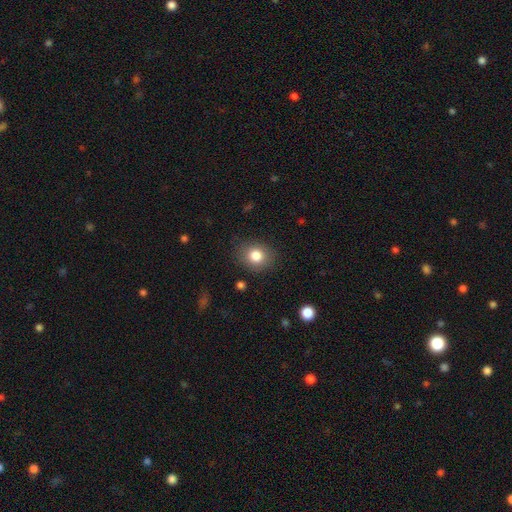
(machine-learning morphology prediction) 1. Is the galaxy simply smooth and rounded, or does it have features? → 82% smooth, 10% star or artifact, 8% featured or disk.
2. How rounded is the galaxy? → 66% round, 33% in between, 1% cigar-shaped.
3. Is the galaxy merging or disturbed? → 84% none, 11% minor disturbance, 4% major disturbance, 1% merger.